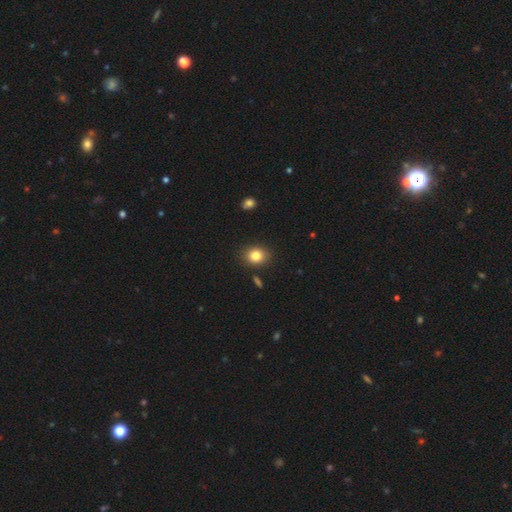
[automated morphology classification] This is clearly a smooth galaxy (83%). How rounded: likely round (61%). Merging: clearly none (87%).